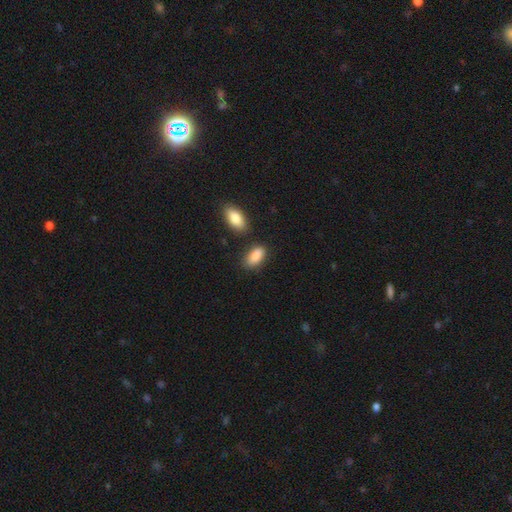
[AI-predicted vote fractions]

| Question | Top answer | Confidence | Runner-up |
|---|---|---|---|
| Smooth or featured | smooth | 89% | star or artifact (6%) |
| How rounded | in between | 90% | cigar-shaped (6%) |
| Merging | none | 73% | minor disturbance (15%) |